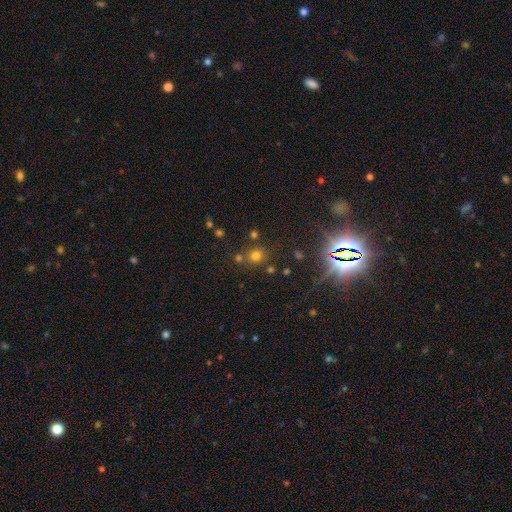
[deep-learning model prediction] A smooth galaxy with no disk features (67%) that is round (87%). Merging: none (74%).